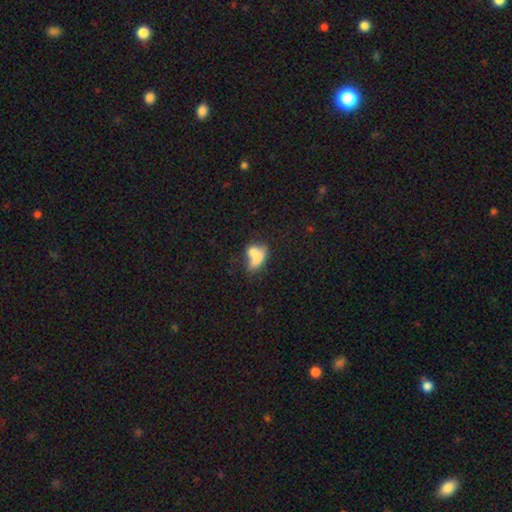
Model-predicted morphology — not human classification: A smooth galaxy with no disk features (68%) that is in between round and cigar-shaped (72%).

Vote fractions:
- Smooth or featured? smooth: 68% / featured or disk: 22% / star or artifact: 10%
- How rounded? in between: 72% / round: 18% / cigar-shaped: 10%
- Merging? merger: 54% / none: 23% / minor disturbance: 12% / major disturbance: 10%